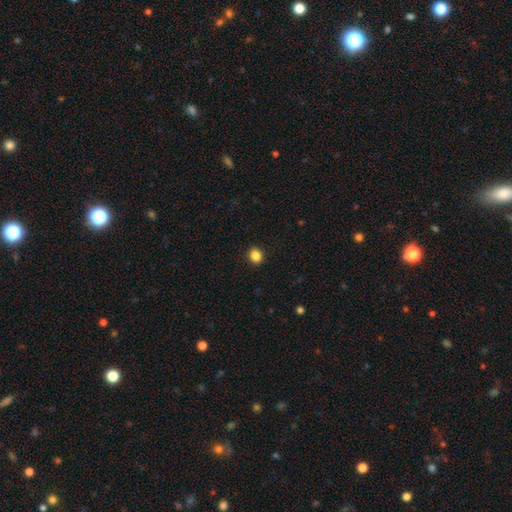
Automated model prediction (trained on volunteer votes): smooth 86%, star or artifact 11%, featured or disk 4%. Down the decision tree: how rounded — round (65%); merging — none (91%).